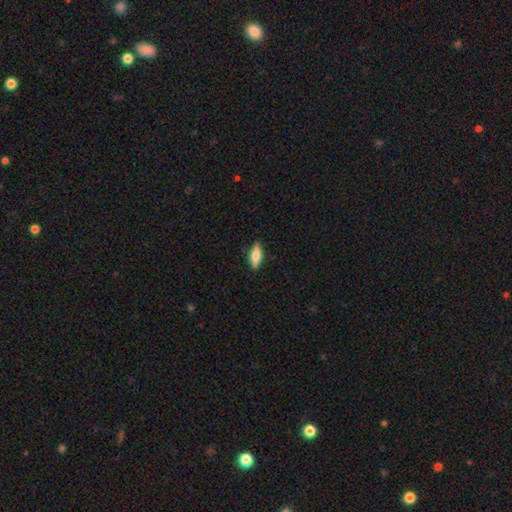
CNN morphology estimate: Overall: smooth (64%; featured or disk 29%). How rounded: in between (67%; cigar-shaped 31%). Merging: none (88%).